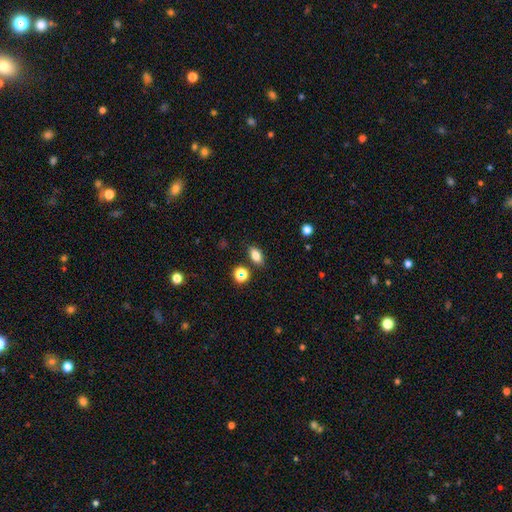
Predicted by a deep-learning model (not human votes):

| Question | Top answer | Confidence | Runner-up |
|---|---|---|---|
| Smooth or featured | smooth | 79% | star or artifact (13%) |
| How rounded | in between | 83% | round (13%) |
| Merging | none | 83% | minor disturbance (10%) |